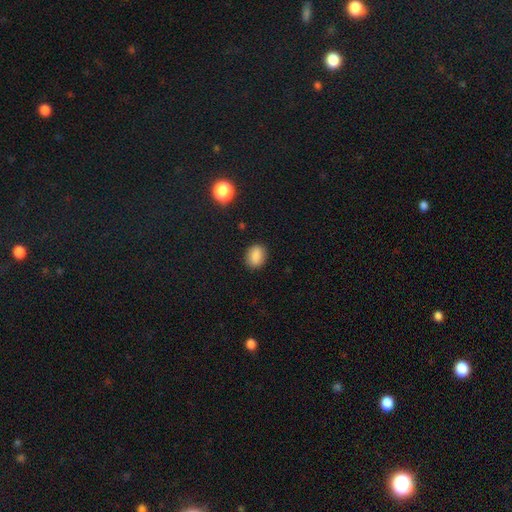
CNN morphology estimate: This appears to be a smooth galaxy with no disk features (86%) that is in between round and cigar-shaped (58%). Merging: none (86%).